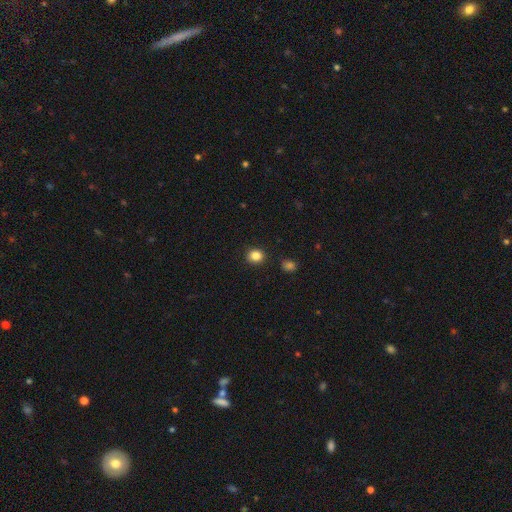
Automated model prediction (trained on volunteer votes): Smooth or featured? Predicted: smooth (p=0.85). How rounded? Predicted: round (p=0.78). Merging? Predicted: none (p=0.89).